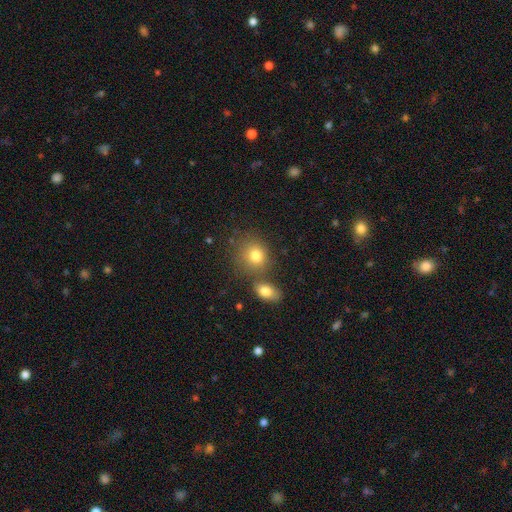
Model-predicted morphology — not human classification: A smooth galaxy with no disk features (79%) that is round (74%).

Vote fractions:
- Smooth or featured? smooth: 79% / star or artifact: 11% / featured or disk: 10%
- How rounded? round: 74% / in between: 25% / cigar-shaped: 1%
- Merging? none: 60% / merger: 25% / minor disturbance: 11% / major disturbance: 5%